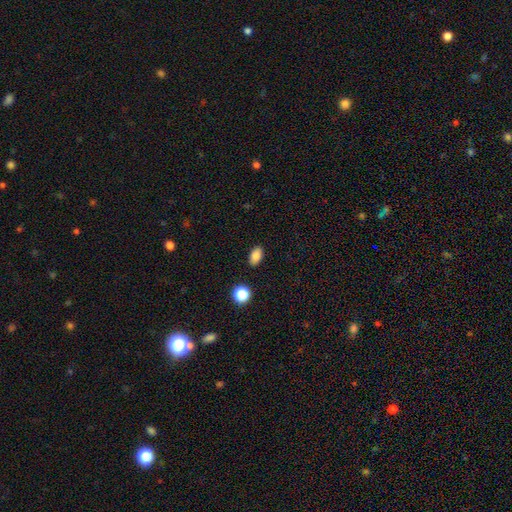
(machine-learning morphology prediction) smooth 84%, star or artifact 10%, featured or disk 6%. Down the decision tree: how rounded — in between (89%); merging — none (88%).